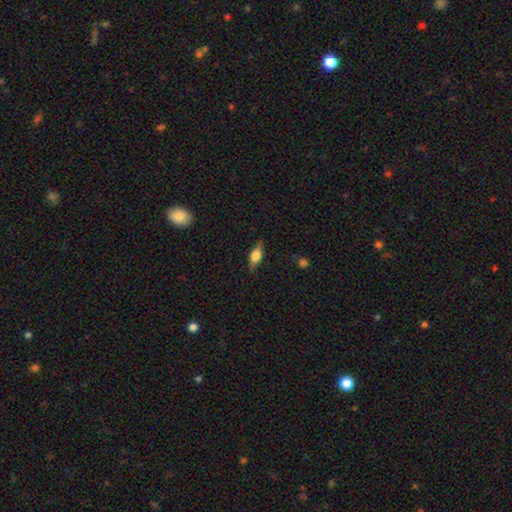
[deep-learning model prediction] Smooth or featured?
  - featured or disk: 48% *
  - smooth: 44%
  - star or artifact: 8%
Merging?
  - none: 83% *
  - minor disturbance: 12%
  - major disturbance: 3%
  - merger: 1%